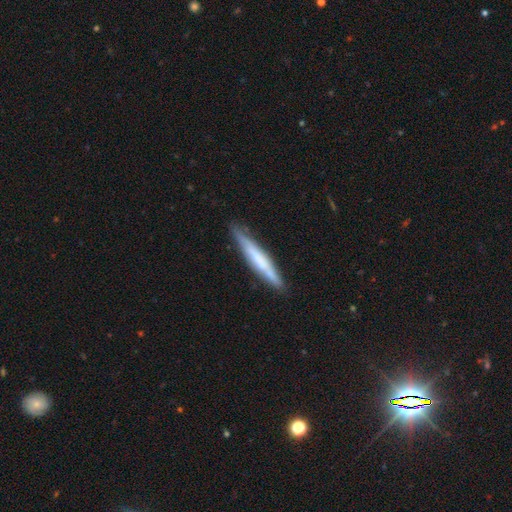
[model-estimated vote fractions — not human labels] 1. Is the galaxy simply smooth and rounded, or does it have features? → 47% smooth, 46% featured or disk, 7% star or artifact.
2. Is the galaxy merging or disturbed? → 86% none, 11% minor disturbance, 2% major disturbance, 1% merger.